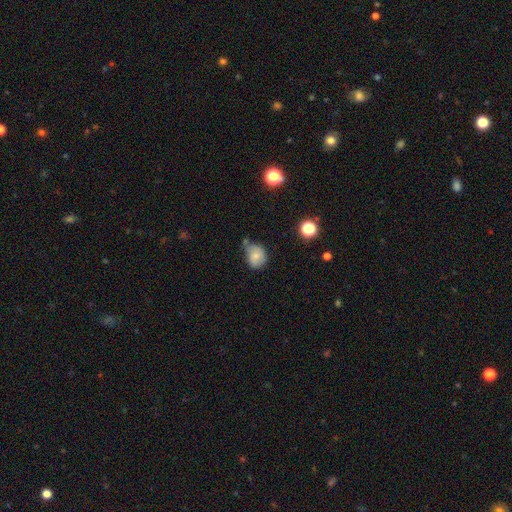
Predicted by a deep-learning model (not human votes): smooth-or-featured: smooth: 73% | featured or disk: 16% | star or artifact: 11%
  how-rounded: round: 56% | in between: 43% | cigar-shaped: 1%
  merging: none: 42% | minor disturbance: 36% | merger: 13% | major disturbance: 10%